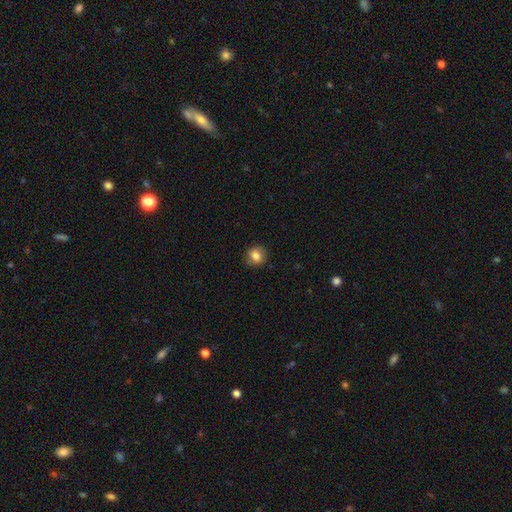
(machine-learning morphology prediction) A smooth galaxy with no disk features (81%) that is round (82%).

Vote fractions:
- Smooth or featured? smooth: 81% / star or artifact: 10% / featured or disk: 9%
- How rounded? round: 82% / in between: 17% / cigar-shaped: 1%
- Merging? none: 84% / minor disturbance: 13% / major disturbance: 3% / merger: 1%